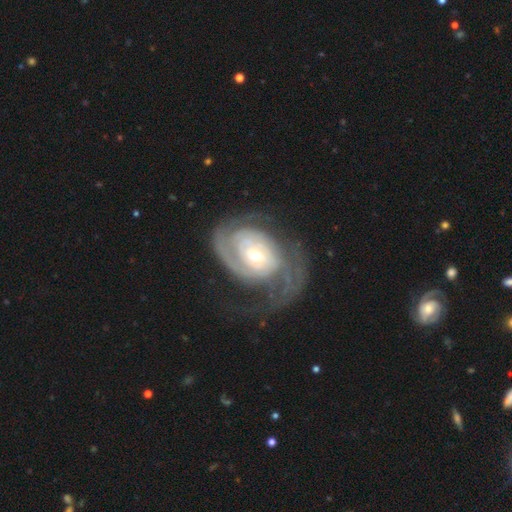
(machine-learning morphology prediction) Overall: featured or disk (87%). Edge-on disk: no (97%). Bar: no (66%). Spiral arms: yes (95%). Spiral arm count: 2 (43%; can't tell 24%). Spiral winding: tight (59%; medium 29%). Bulge size: small (55%; moderate 39%). Merging: none (50%; major disturbance 30%).